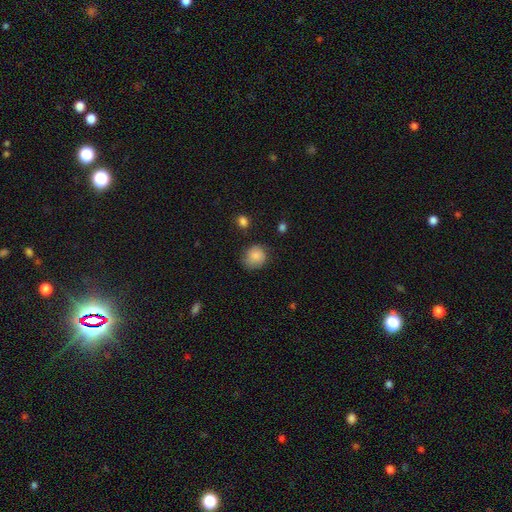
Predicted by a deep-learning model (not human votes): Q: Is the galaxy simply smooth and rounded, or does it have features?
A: smooth — 85%.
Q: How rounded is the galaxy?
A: round — 78%.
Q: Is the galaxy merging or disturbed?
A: none — 71%.